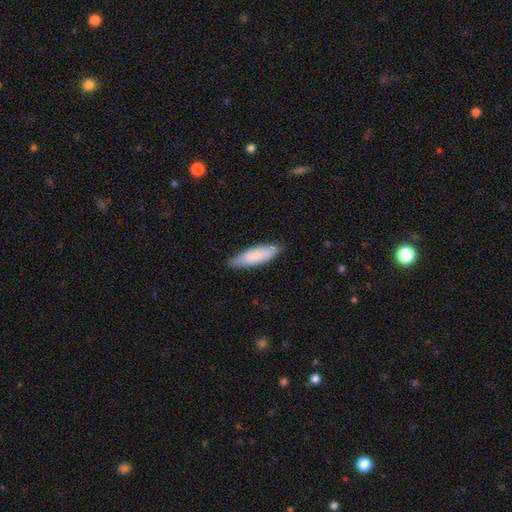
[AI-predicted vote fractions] smooth 83%, featured or disk 12%, star or artifact 5%. Down the decision tree: how rounded — cigar-shaped (60%); merging — none (84%).